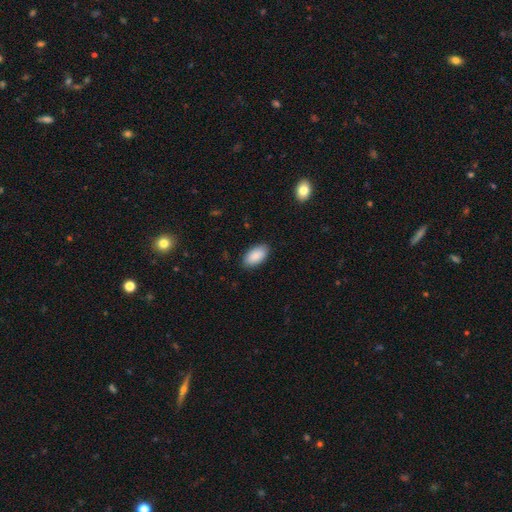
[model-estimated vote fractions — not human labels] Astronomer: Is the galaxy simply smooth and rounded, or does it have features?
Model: smooth — 90%.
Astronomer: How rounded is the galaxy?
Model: in between — 95%.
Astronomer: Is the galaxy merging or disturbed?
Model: none — 88%.